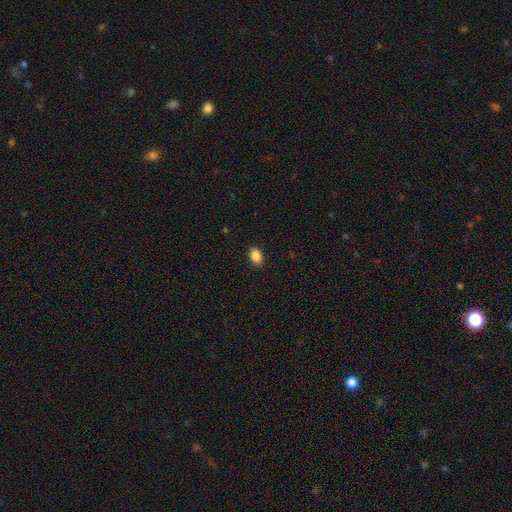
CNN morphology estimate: type=smooth (88%); roundness=in between (79%); merging=none (89%).